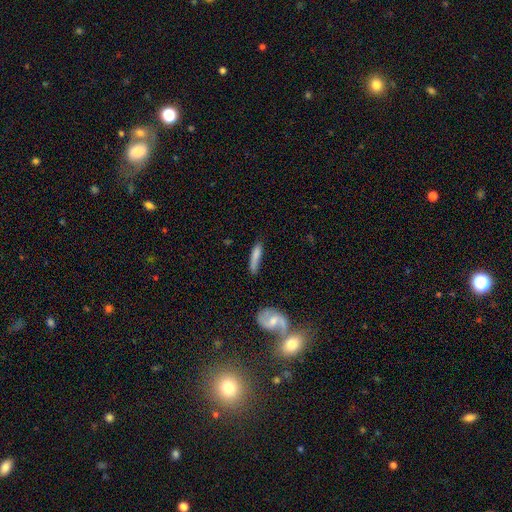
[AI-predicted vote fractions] Morphology: type=smooth (79%); roundness=cigar-shaped (80%); merging=none (61%).